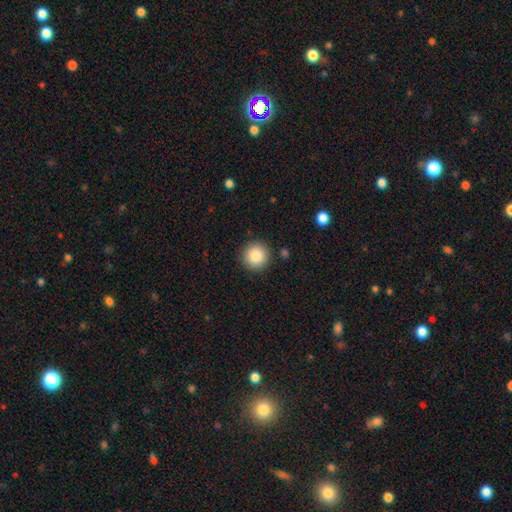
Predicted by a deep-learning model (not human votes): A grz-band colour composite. It shows a smooth galaxy with no disk features (87%) that is round (95%). Merging: none (90%).